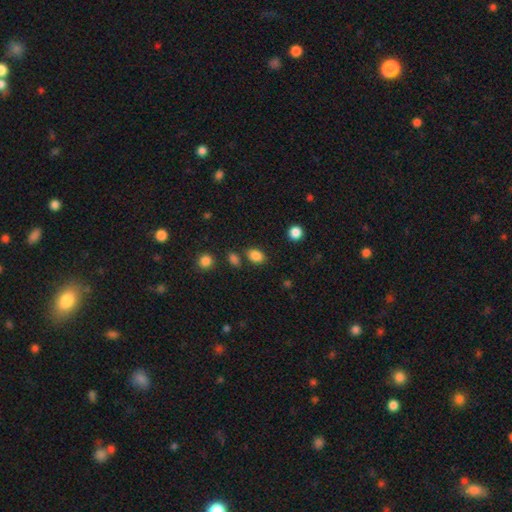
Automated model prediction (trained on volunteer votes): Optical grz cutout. It shows a smooth galaxy with no disk features (85%) that is in between round and cigar-shaped (75%). Merging: none (77%).